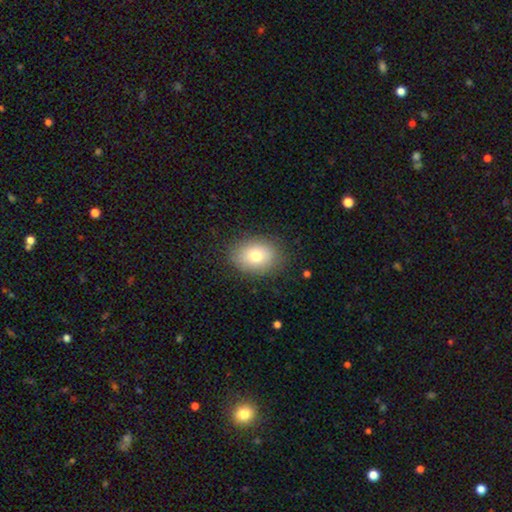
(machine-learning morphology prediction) Smooth or featured?
  - smooth: 76% *
  - featured or disk: 14%
  - star or artifact: 10%
How rounded?
  - in between: 67% *
  - round: 32%
  - cigar-shaped: 1%
Merging?
  - none: 85% *
  - minor disturbance: 11%
  - major disturbance: 3%
  - merger: 1%